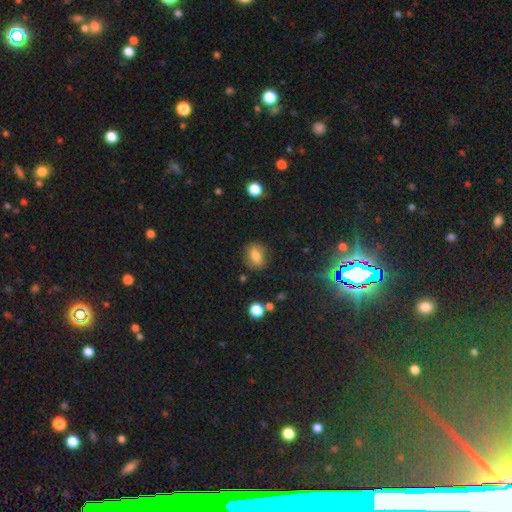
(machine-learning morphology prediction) smooth 77%, featured or disk 12%, star or artifact 11%. Down the decision tree: how rounded — in between (63%); merging — none (82%).